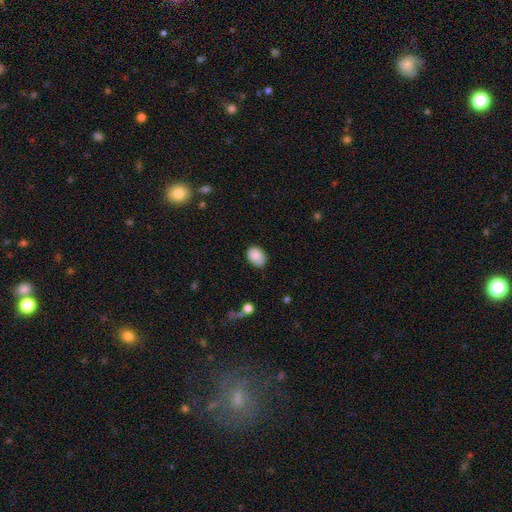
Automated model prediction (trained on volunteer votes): smooth 87%, star or artifact 7%, featured or disk 5%. Down the decision tree: how rounded — in between (71%); merging — none (78%).